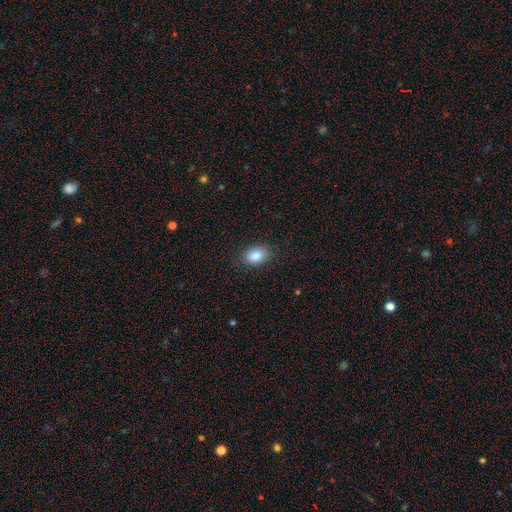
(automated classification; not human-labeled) smooth 85%, star or artifact 9%, featured or disk 6%. Down the decision tree: how rounded — in between (73%); merging — none (86%).